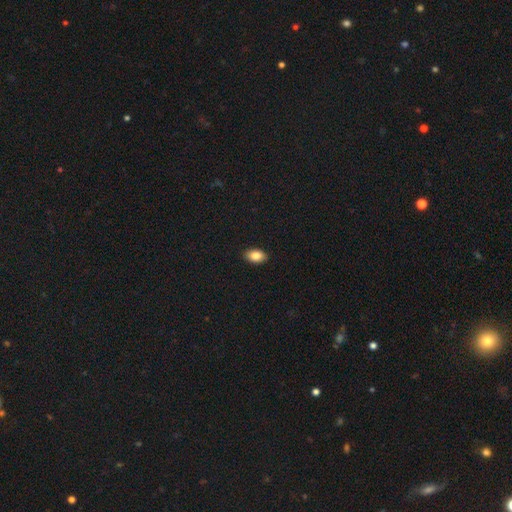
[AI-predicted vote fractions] smooth-or-featured: smooth: 86% | star or artifact: 8% | featured or disk: 7%
  how-rounded: in between: 91% | round: 7% | cigar-shaped: 2%
  merging: none: 90% | minor disturbance: 7% | major disturbance: 2% | merger: 1%